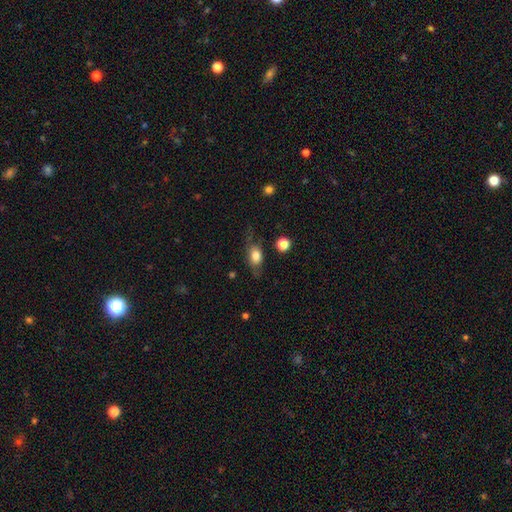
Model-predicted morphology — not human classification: A smooth galaxy with no disk features (72%) that is in between round and cigar-shaped (74%). Merging: none (60%).